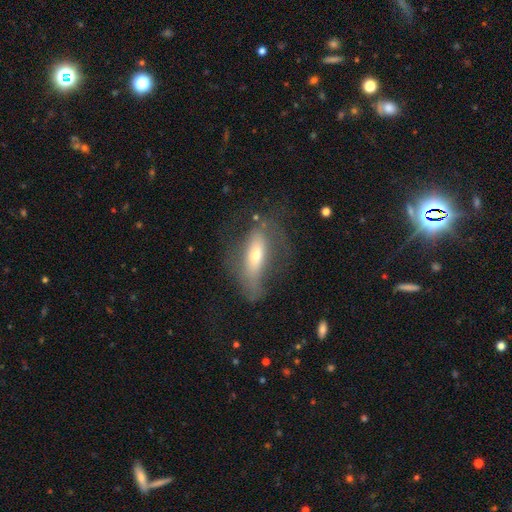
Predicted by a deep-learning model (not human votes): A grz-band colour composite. It shows a featured or disk galaxy (47%). Merging: none (44%).